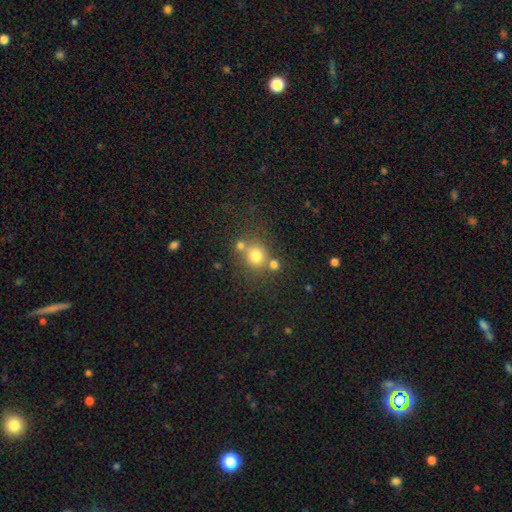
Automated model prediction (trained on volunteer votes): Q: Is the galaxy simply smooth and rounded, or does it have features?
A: smooth — 74%.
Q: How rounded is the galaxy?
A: round — 86%.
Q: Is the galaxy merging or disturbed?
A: none — 62%.